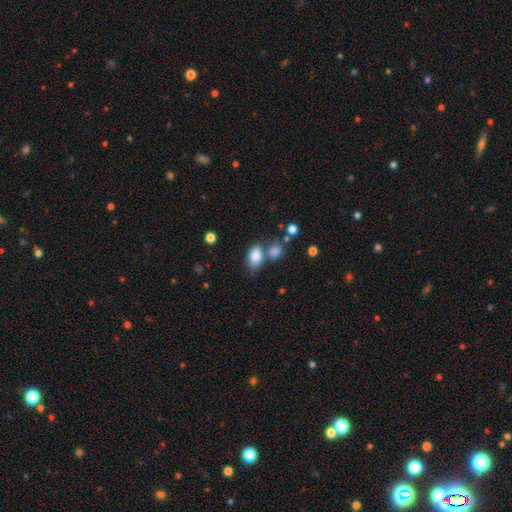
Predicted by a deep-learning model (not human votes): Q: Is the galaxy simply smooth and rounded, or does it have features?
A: smooth — 84%.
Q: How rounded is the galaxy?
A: in between — 86%.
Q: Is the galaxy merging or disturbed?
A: none — 51%.